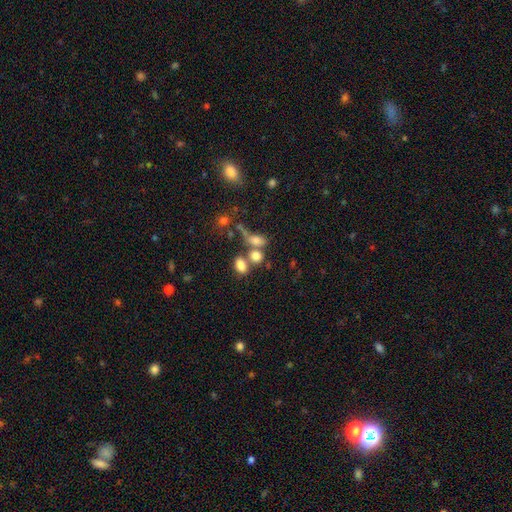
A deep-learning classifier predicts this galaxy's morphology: smooth 76%, star or artifact 12%, featured or disk 12%. Down the decision tree: how rounded — in between (72%); merging — merger (44%).